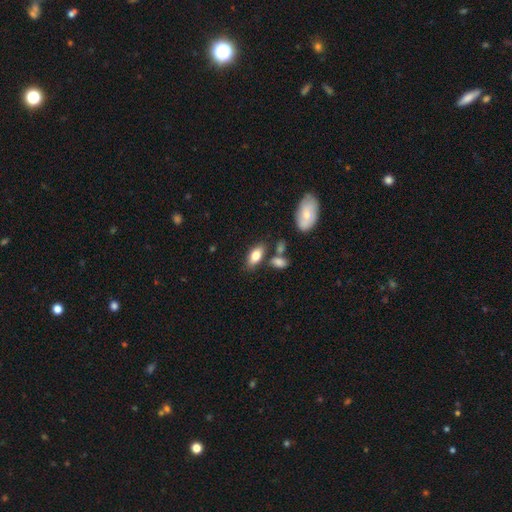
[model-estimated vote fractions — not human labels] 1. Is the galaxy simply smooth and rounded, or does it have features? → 80% smooth, 13% featured or disk, 7% star or artifact.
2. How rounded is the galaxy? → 88% in between, 7% cigar-shaped, 4% round.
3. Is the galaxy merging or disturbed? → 70% none, 14% minor disturbance, 11% merger, 4% major disturbance.